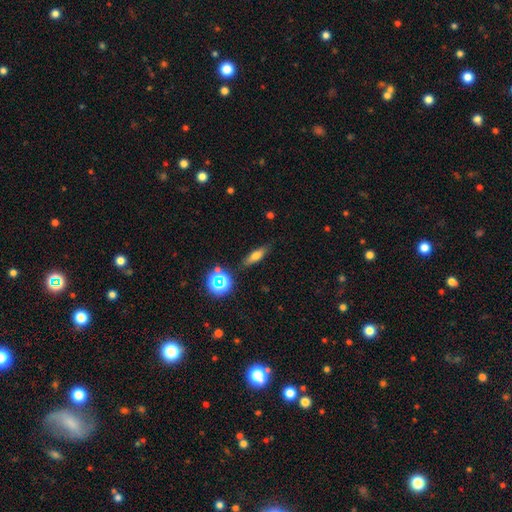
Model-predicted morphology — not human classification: smooth-or-featured: smooth: 63% | featured or disk: 22% | star or artifact: 15%
  how-rounded: cigar-shaped: 47% | in between: 45% | round: 7%
  merging: none: 82% | minor disturbance: 12% | major disturbance: 3% | merger: 3%